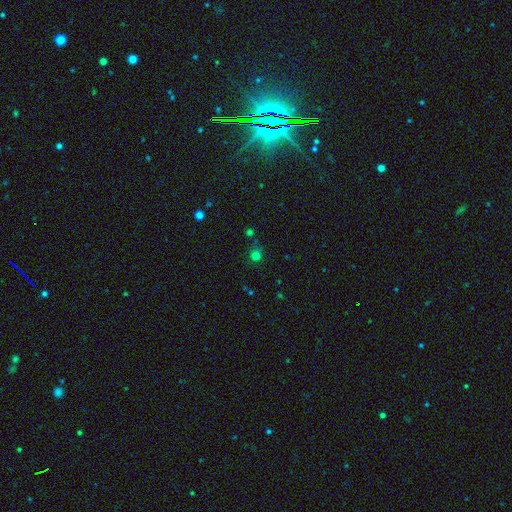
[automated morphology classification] Smooth or featured?
  - smooth: 69% *
  - star or artifact: 26%
  - featured or disk: 6%
How rounded?
  - round: 88% *
  - in between: 11%
  - cigar-shaped: 1%
Merging?
  - none: 74% *
  - minor disturbance: 14%
  - merger: 7%
  - major disturbance: 5%